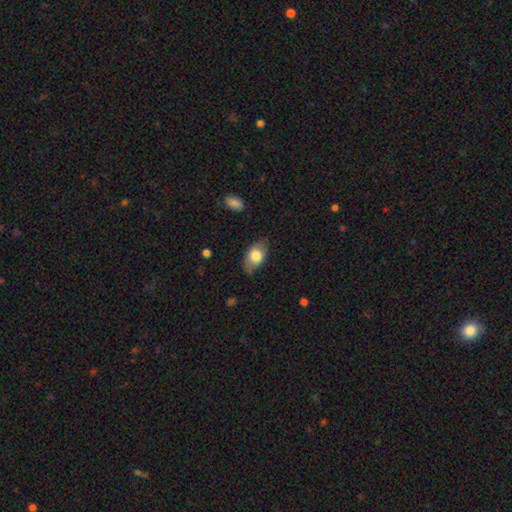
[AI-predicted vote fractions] Smooth or featured?
  - smooth: 78% *
  - featured or disk: 15%
  - star or artifact: 7%
How rounded?
  - in between: 89% *
  - round: 9%
  - cigar-shaped: 2%
Merging?
  - none: 72% *
  - minor disturbance: 22%
  - major disturbance: 5%
  - merger: 1%